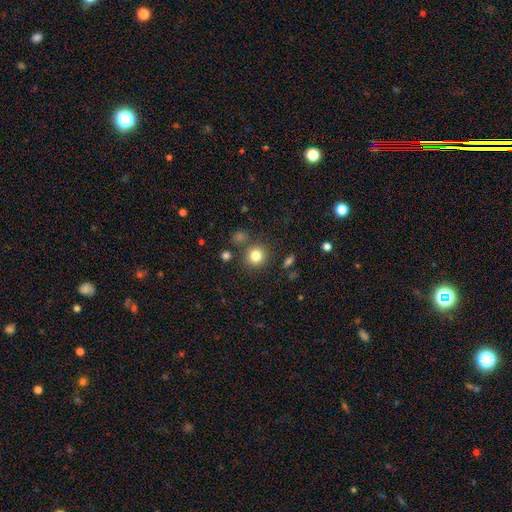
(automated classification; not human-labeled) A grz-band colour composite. It shows a smooth galaxy with no disk features (81%) that is round (92%). Merging: none (83%).